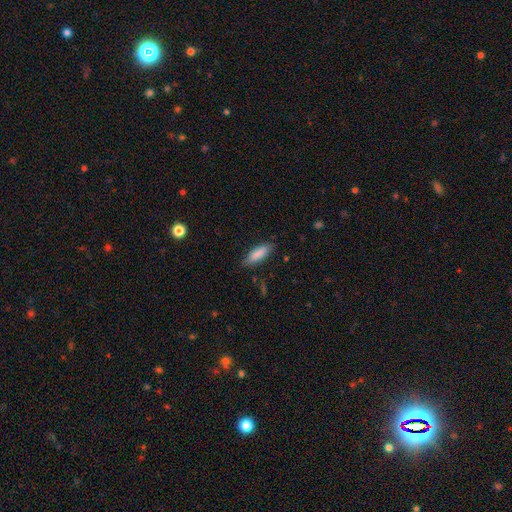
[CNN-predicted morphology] The model was most divided on "how rounded": in between: 56%, cigar-shaped: 43%, round: 2%. More confident: smooth or featured — smooth (85%); merging — none (81%).